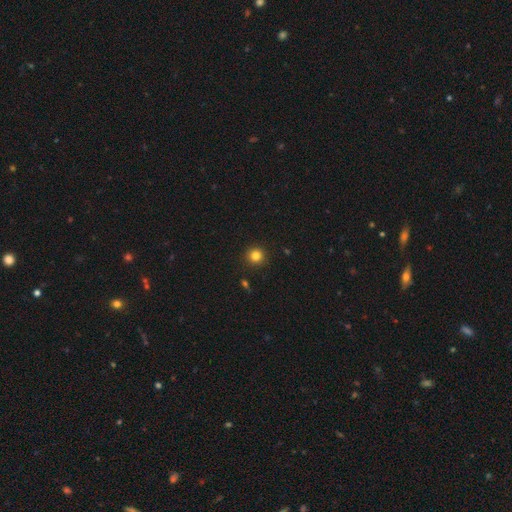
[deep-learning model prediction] Morphology: type=smooth (82%); roundness=round (94%); merging=none (92%).